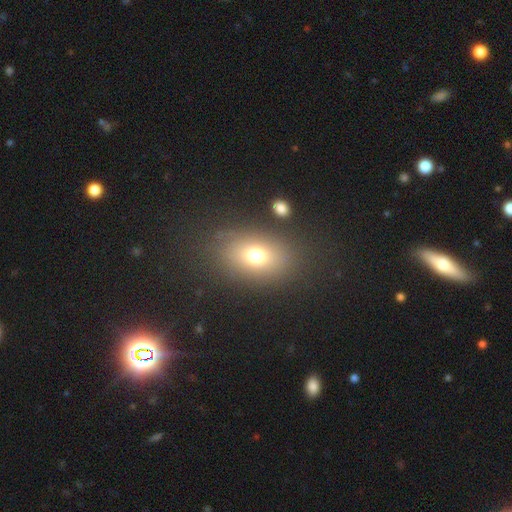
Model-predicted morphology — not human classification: smooth-or-featured: smooth: 72% | featured or disk: 15% | star or artifact: 14%
  how-rounded: in between: 77% | round: 21% | cigar-shaped: 2%
  merging: none: 81% | minor disturbance: 10% | major disturbance: 6% | merger: 3%